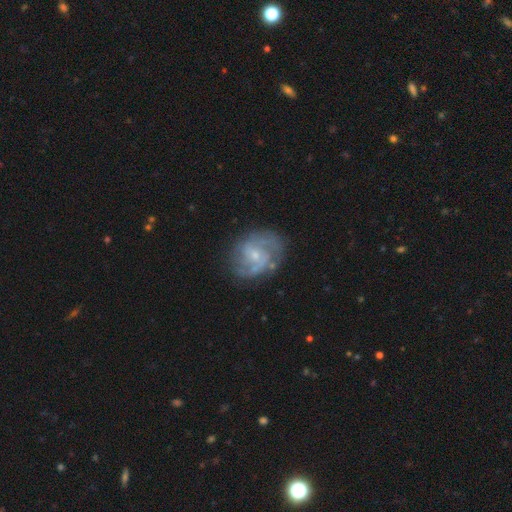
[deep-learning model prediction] Morphology: type=featured or disk (82%); edge-on=no (98%); bar=no (49%); spiral arms=yes (93%); winding=medium (49%); arm count=2 (58%); bulge=small (65%); merging=none (73%).